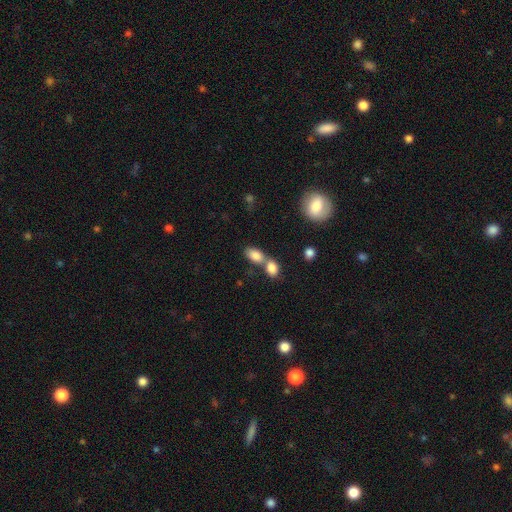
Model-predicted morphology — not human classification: smooth_or_featured: smooth (p=0.84) [alt: featured or disk p=0.08]
how_rounded: in between (p=0.89) [alt: round p=0.09]
merging: merger (p=0.55) [alt: none p=0.33]